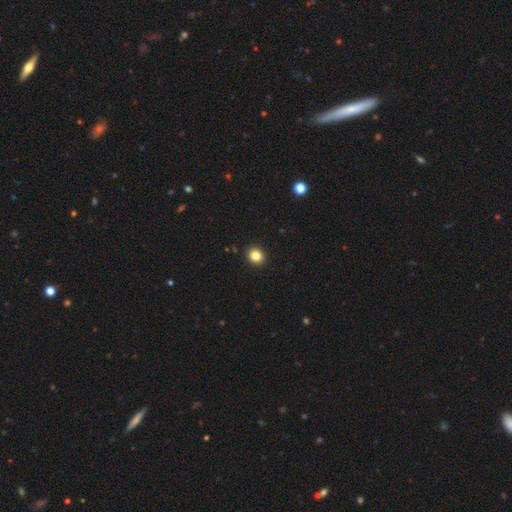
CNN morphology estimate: Overall: smooth (84%). How rounded: round (76%). Merging: none (92%).